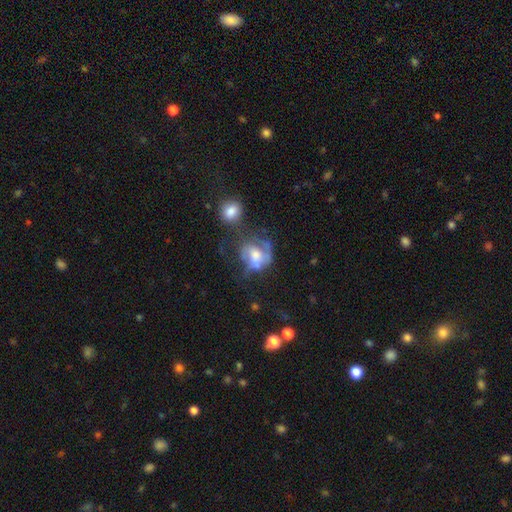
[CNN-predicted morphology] This appears to be a featured or disk galaxy (57%) with no bar (68%), spiral arms (61%) and a moderate central bulge (52%). Merging: major disturbance (36%).